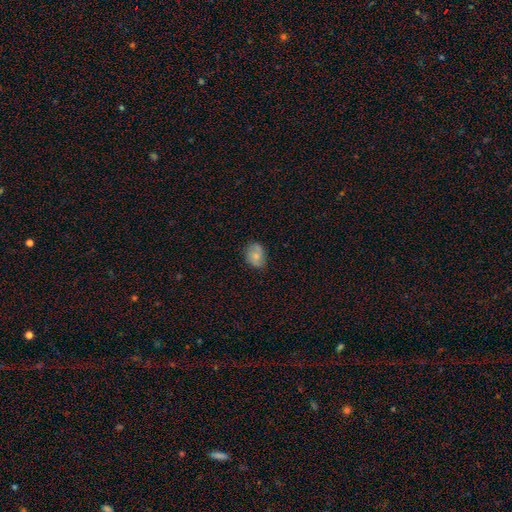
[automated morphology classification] Smooth or featured? smooth (68%)
How rounded? in between (63%)
Merging? none (72%)